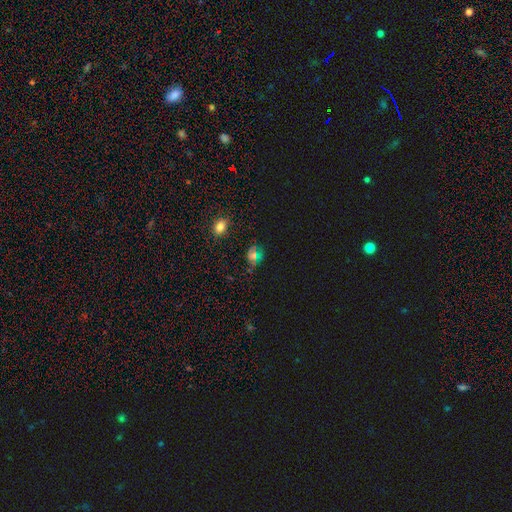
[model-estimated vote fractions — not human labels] The model was most divided on "smooth or featured": smooth: 47%, star or artifact: 36%, featured or disk: 16%. More confident: merging — none (70%).